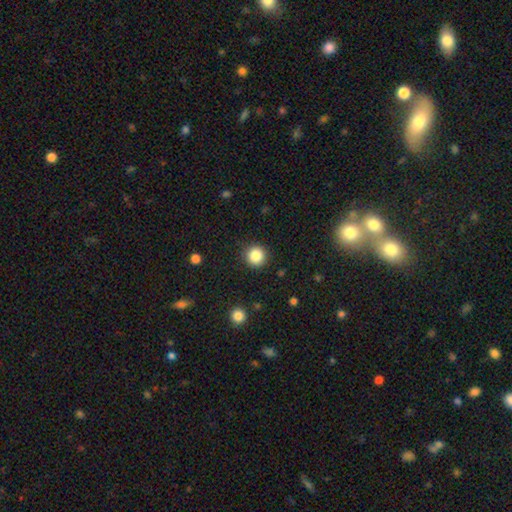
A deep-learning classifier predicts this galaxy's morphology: type=smooth (85%); roundness=round (94%); merging=none (91%).